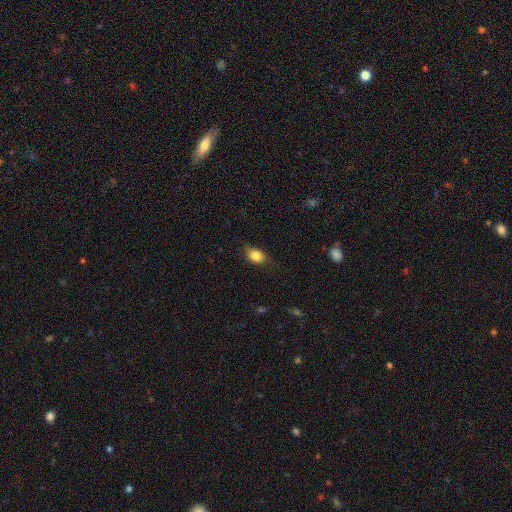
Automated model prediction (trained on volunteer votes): A smooth galaxy with no disk features (84%) that is in between round and cigar-shaped (75%). Merging: none (73%).